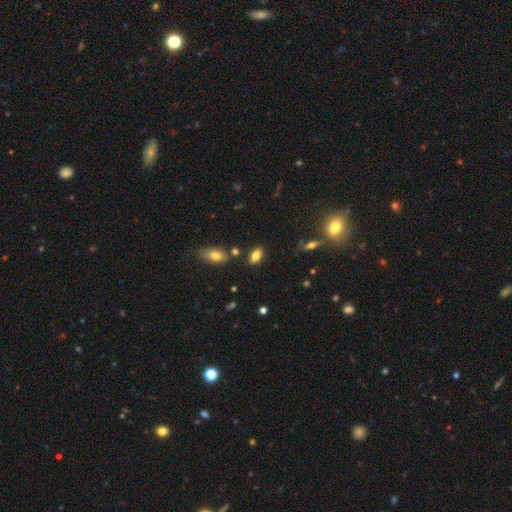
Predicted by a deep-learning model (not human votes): Smooth or featured? smooth (78%)
How rounded? in between (88%)
Merging? none (82%)